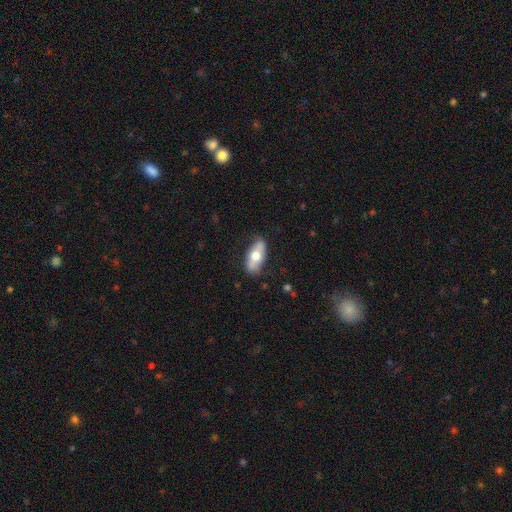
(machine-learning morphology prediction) Overall: smooth (59%; featured or disk 35%). How rounded: in between (83%). Merging: none (80%).